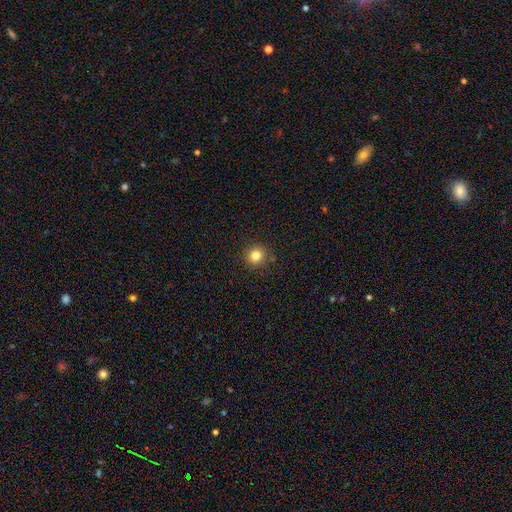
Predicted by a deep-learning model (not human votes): Smooth or featured? smooth (81%)
How rounded? round (93%)
Merging? none (90%)